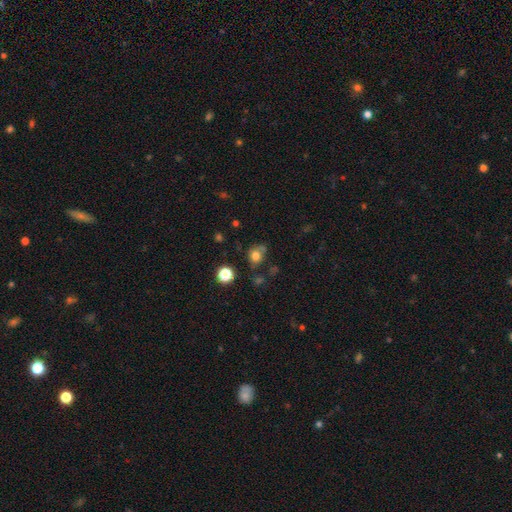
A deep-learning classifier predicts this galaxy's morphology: This appears to be a smooth galaxy with no disk features (74%) that is round (63%). Merging: none (56%).